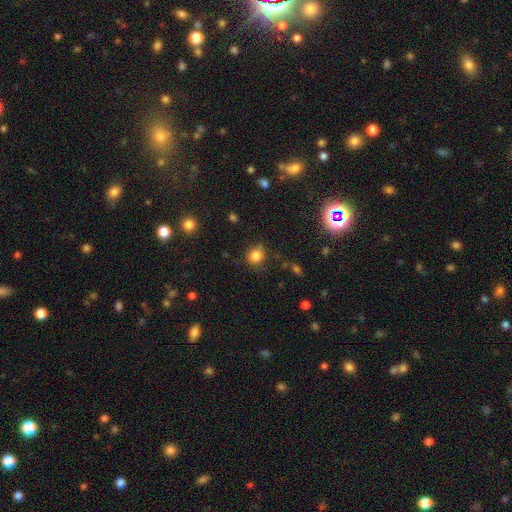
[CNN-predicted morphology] A smooth galaxy with no disk features (81%) that is round (83%). Merging: none (73%).